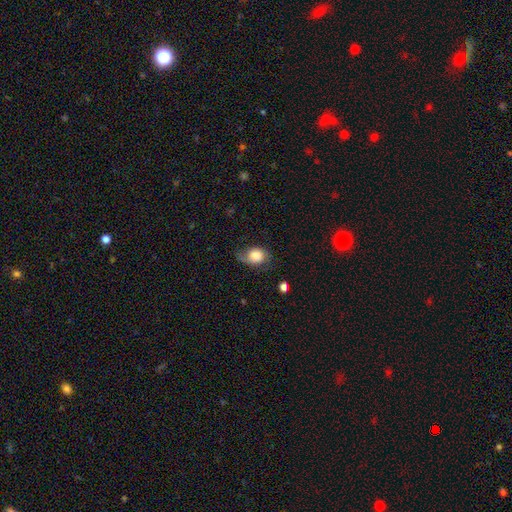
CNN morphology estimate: type=smooth (74%); roundness=in between (61%); merging=none (37%, tied with minor disturbance).